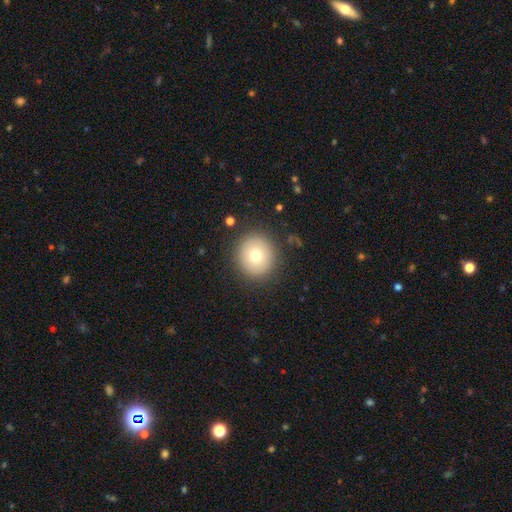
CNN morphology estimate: Smooth or featured: smooth — 74% (featured or disk — 15%)
How rounded: round — 89% (in between — 10%)
Merging: none — 88% (minor disturbance — 7%)